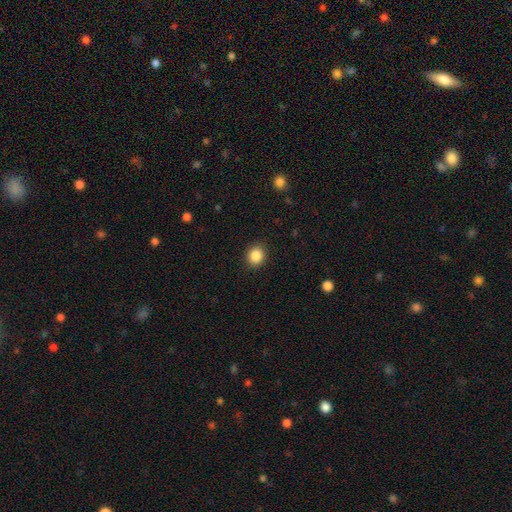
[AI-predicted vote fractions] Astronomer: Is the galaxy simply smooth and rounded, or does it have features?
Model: smooth — 87%.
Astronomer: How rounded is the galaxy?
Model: round — 73%.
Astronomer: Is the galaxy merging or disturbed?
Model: none — 90%.